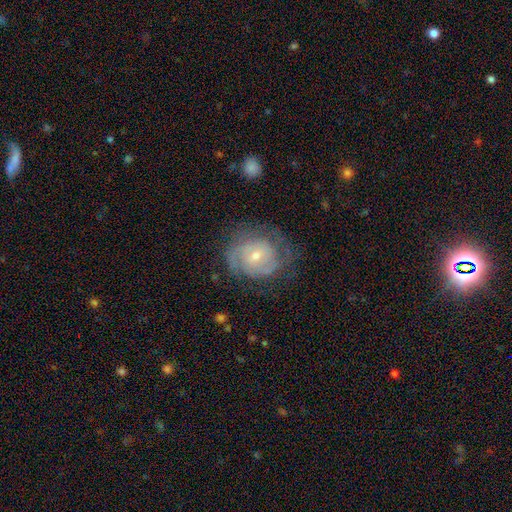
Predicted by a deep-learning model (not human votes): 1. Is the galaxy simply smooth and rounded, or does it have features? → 72% featured or disk, 21% smooth, 7% star or artifact.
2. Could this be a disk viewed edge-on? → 97% no, 3% yes.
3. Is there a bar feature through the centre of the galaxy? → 62% no, 32% weak, 6% strong.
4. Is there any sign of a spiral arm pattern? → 86% yes, 14% no.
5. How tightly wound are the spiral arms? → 60% tight, 30% medium, 10% loose.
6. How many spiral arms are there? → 40% can't tell, 35% 2, 11% 3, 7% 1, 4% 4, 3% more than 4.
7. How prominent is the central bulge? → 58% small, 38% moderate, 2% large, 1% none, 1% dominant.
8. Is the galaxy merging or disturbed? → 62% none, 22% minor disturbance, 14% major disturbance, 1% merger.